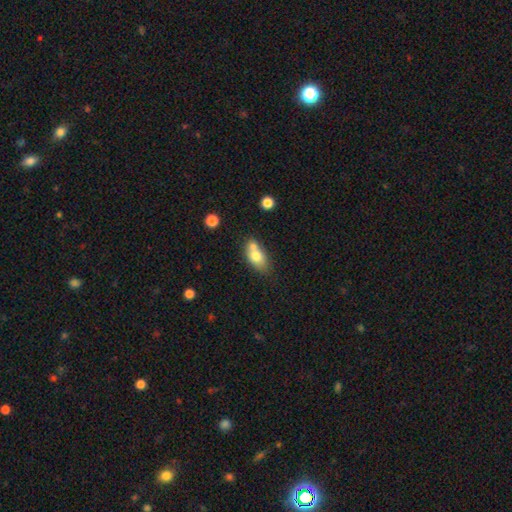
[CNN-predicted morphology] A smooth galaxy with no disk features (71%) that is in between round and cigar-shaped (80%). Merging: none (41%, tied with merger).